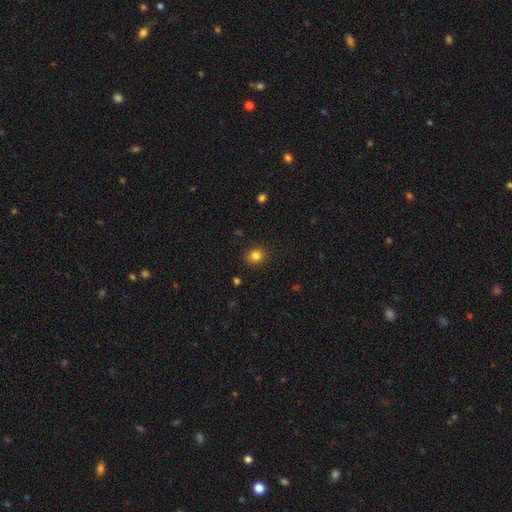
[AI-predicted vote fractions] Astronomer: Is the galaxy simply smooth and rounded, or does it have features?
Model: smooth — 83%.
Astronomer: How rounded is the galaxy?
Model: round — 79%.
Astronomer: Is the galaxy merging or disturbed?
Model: none — 90%.